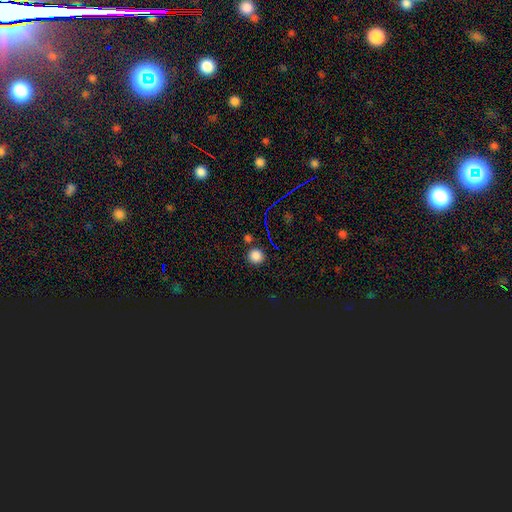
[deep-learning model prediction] smooth 80%, star or artifact 16%, featured or disk 4%. Down the decision tree: how rounded — round (93%); merging — none (84%).